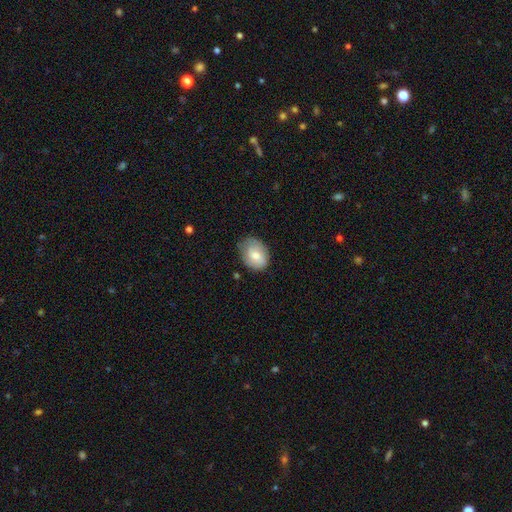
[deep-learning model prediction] Q: Smooth or featured?
A: smooth (76%); runner-up: featured or disk (17%)
Q: How rounded?
A: in between (66%); runner-up: round (33%)
Q: Merging?
A: none (68%); runner-up: minor disturbance (26%)